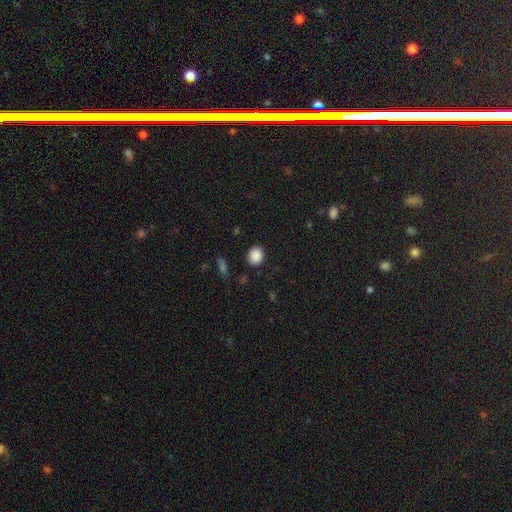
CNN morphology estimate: Smooth or featured: smooth — 88% (star or artifact — 9%)
How rounded: round — 67% (in between — 32%)
Merging: none — 88% (minor disturbance — 8%)